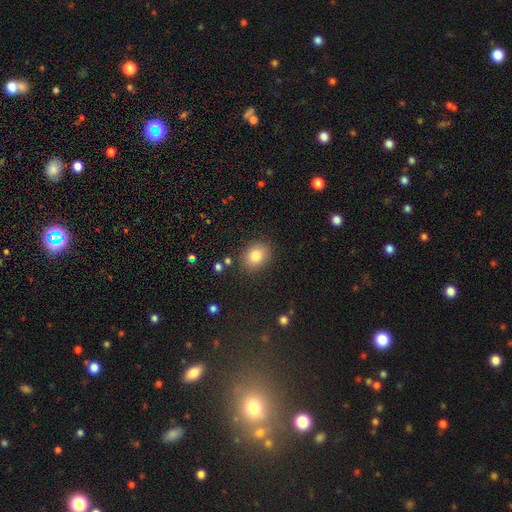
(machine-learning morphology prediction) smooth_or_featured: smooth (p=0.80) [alt: star or artifact p=0.11]
how_rounded: round (p=0.55) [alt: in between p=0.44]
merging: none (p=0.87) [alt: minor disturbance p=0.09]